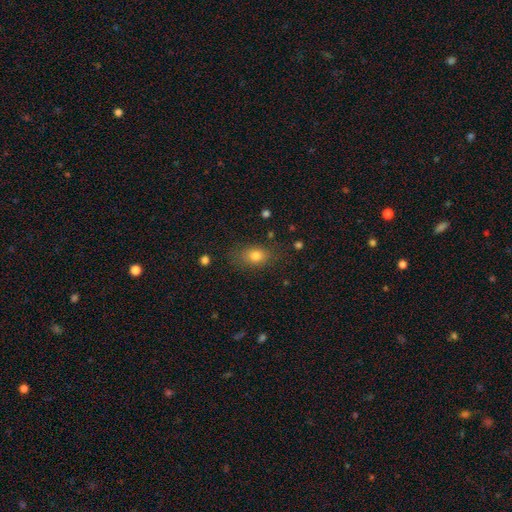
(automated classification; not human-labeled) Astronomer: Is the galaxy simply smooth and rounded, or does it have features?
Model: smooth — 79%.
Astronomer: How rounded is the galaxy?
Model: in between — 77%.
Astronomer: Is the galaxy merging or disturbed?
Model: none — 78%.